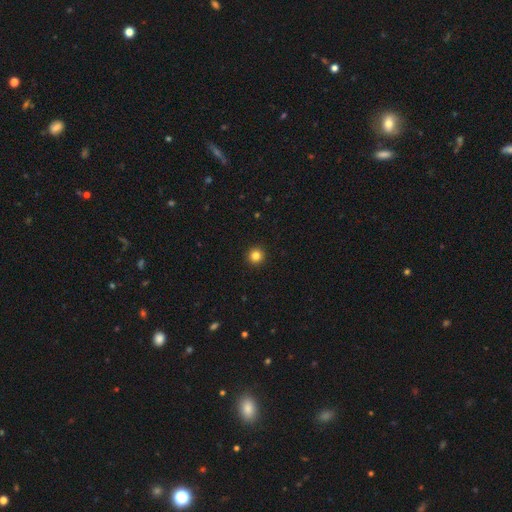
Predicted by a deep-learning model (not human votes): This appears to be a smooth galaxy with no disk features (83%) that is round (96%). Merging: none (94%).